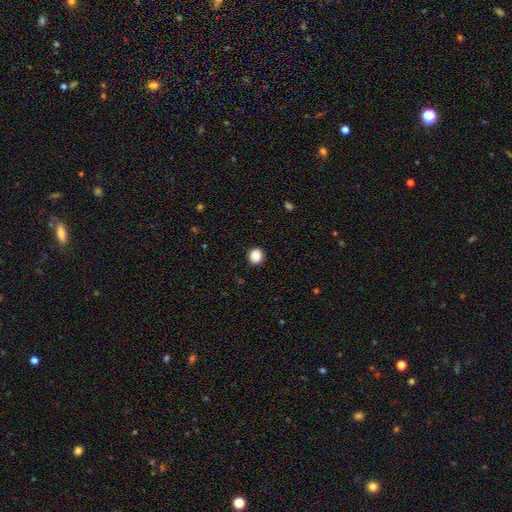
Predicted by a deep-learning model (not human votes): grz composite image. It shows a smooth galaxy with no disk features (88%) that is round (85%). Merging: none (92%).